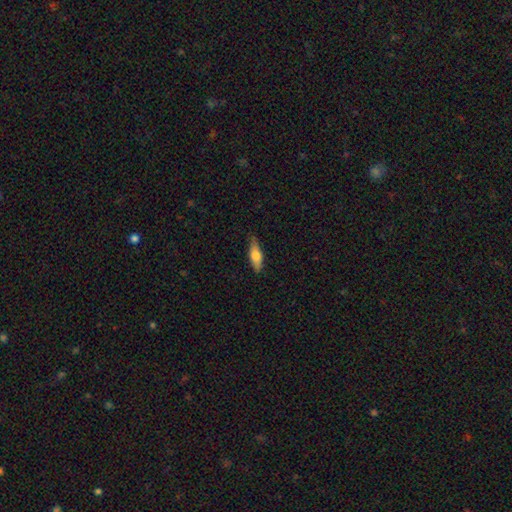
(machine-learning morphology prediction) Smooth or featured? Predicted: smooth (p=0.60). How rounded? Predicted: cigar-shaped (p=0.49). Merging? Predicted: none (p=0.82).